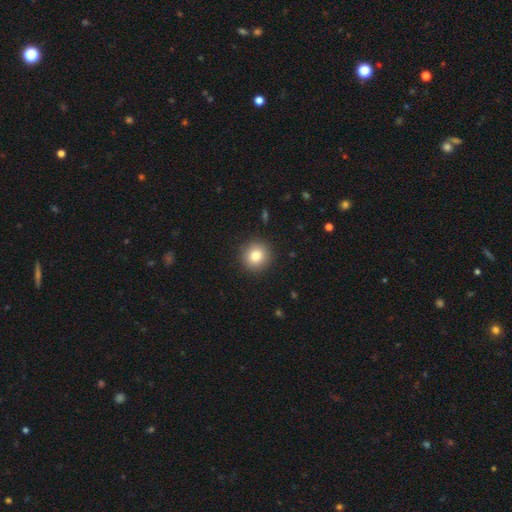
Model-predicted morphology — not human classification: This is clearly a smooth galaxy (82%). How rounded: clearly round (94%). Merging: clearly none (91%).